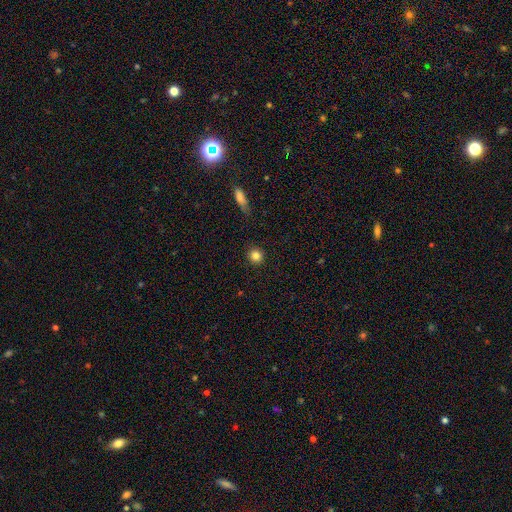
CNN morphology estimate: This is clearly a smooth galaxy (84%). How rounded: clearly round (92%). Merging: clearly none (90%).